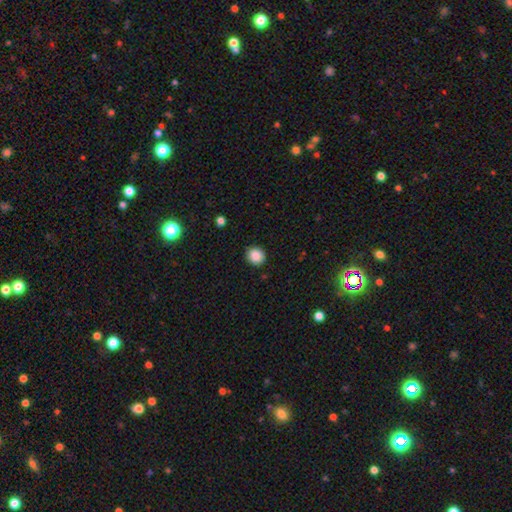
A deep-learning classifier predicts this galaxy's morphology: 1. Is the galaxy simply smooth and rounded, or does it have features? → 87% smooth, 9% star or artifact, 3% featured or disk.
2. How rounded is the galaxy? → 87% round, 12% in between, 1% cigar-shaped.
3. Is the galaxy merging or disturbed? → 90% none, 7% minor disturbance, 2% major disturbance, 1% merger.